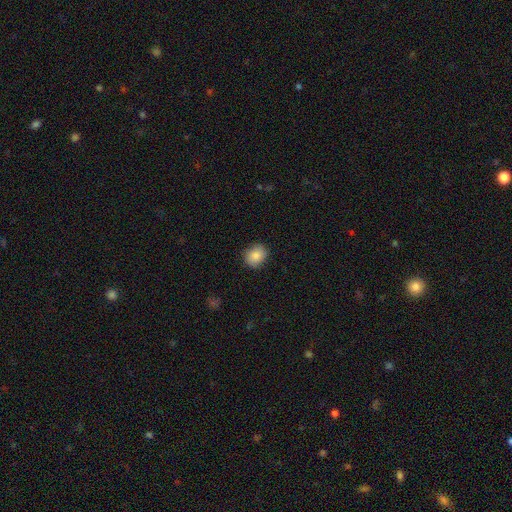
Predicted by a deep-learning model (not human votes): Smooth or featured? Predicted: smooth (p=0.86). How rounded? Predicted: round (p=0.62). Merging? Predicted: none (p=0.87).